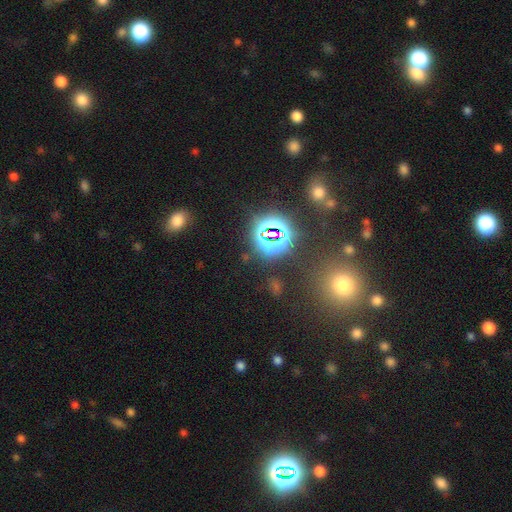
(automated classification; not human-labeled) smooth-or-featured: star or artifact: 74% | smooth: 18% | featured or disk: 9%